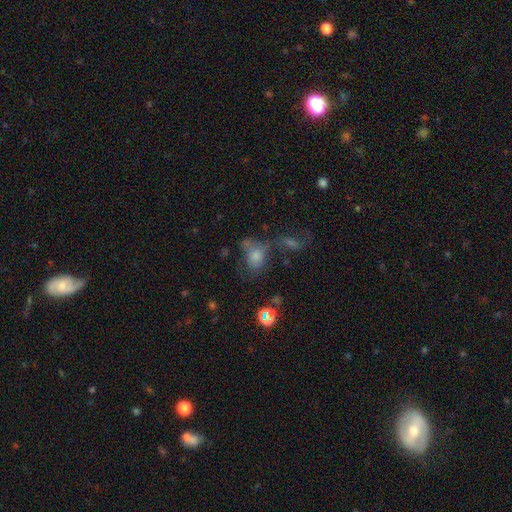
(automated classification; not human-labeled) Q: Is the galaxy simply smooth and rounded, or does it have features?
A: smooth — 64%.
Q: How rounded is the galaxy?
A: in between — 54%.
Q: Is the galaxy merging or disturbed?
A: none — 32%.